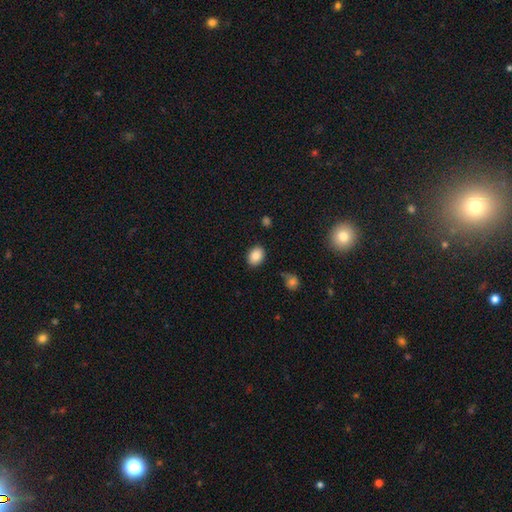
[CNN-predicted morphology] A smooth galaxy with no disk features (85%) that is in between round and cigar-shaped (63%).

Vote fractions:
- Smooth or featured? smooth: 85% / star or artifact: 9% / featured or disk: 6%
- How rounded? in between: 63% / round: 36% / cigar-shaped: 1%
- Merging? none: 85% / minor disturbance: 10% / major disturbance: 3% / merger: 2%